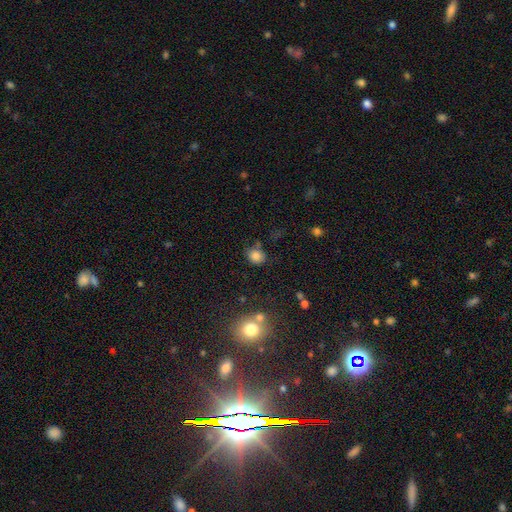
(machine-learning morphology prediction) smooth_or_featured: smooth (p=0.82) [alt: star or artifact p=0.12]
how_rounded: round (p=0.64) [alt: in between p=0.35]
merging: none (p=0.69) [alt: minor disturbance p=0.18]